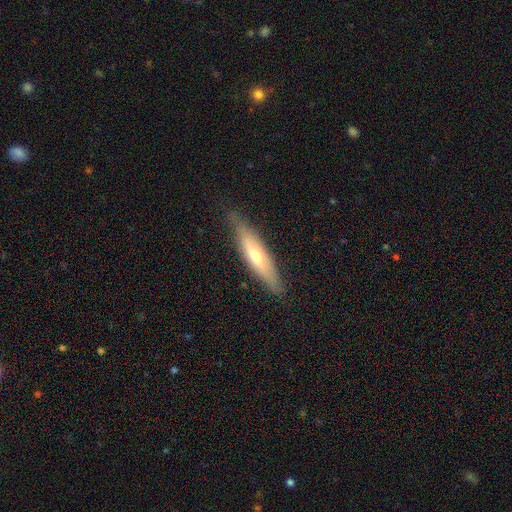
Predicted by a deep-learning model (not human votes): smooth-or-featured: featured or disk: 48% | smooth: 46% | star or artifact: 6%
  merging: none: 83% | minor disturbance: 13% | major disturbance: 3% | merger: 1%